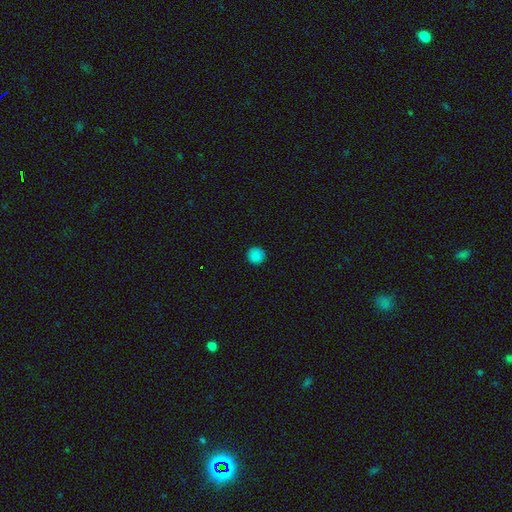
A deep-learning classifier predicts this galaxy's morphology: A smooth galaxy with no disk features (85%) that is round (95%).

Vote fractions:
- Smooth or featured? smooth: 85% / star or artifact: 12% / featured or disk: 3%
- How rounded? round: 95% / in between: 4% / cigar-shaped: 1%
- Merging? none: 91% / minor disturbance: 6% / major disturbance: 2% / merger: 1%